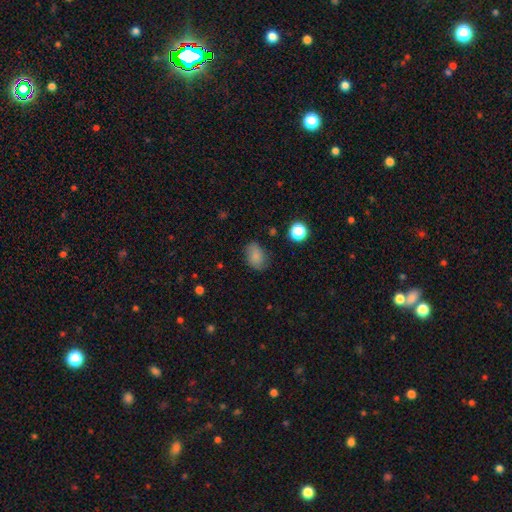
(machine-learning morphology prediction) Smooth or featured?
  - smooth: 81% *
  - star or artifact: 11%
  - featured or disk: 8%
How rounded?
  - in between: 78% *
  - round: 20%
  - cigar-shaped: 1%
Merging?
  - none: 73% *
  - minor disturbance: 20%
  - major disturbance: 5%
  - merger: 2%